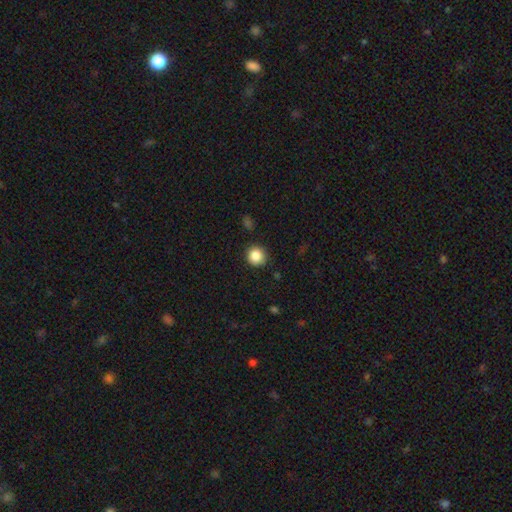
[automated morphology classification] The model was most divided on "smooth or featured": smooth: 87%, star or artifact: 10%, featured or disk: 4%. More confident: how rounded — round (93%); merging — none (89%).